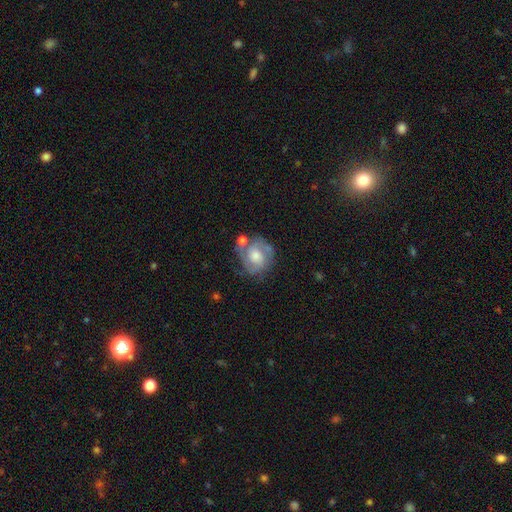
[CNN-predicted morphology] This appears to be a featured or disk galaxy (72%) with no bar (70%), 2 (54%) tight (50%) spiral arms (89%) and a moderate central bulge (49%). Merging: none (59%).